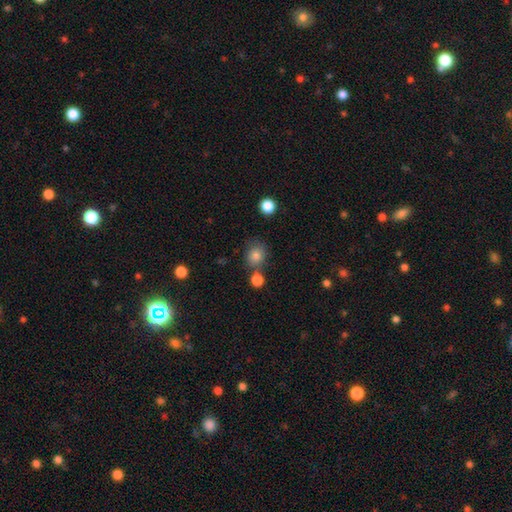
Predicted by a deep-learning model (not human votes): The model was most divided on "merging": none: 67%, merger: 15%, minor disturbance: 13%, major disturbance: 5%. More confident: smooth or featured — smooth (82%); how rounded — round (76%).